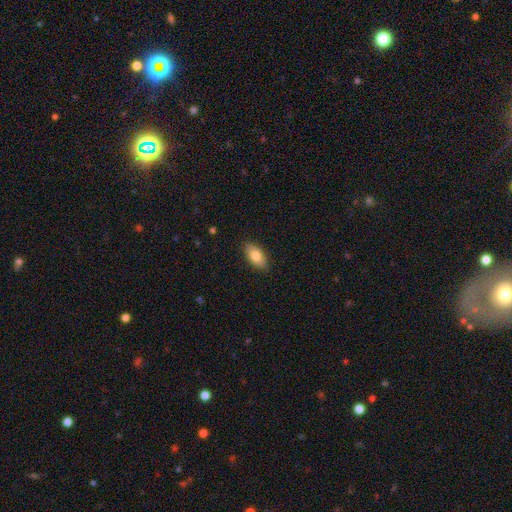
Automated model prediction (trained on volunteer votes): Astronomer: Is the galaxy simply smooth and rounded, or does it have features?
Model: smooth — 81%.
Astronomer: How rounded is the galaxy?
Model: in between — 91%.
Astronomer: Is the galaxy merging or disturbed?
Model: none — 88%.